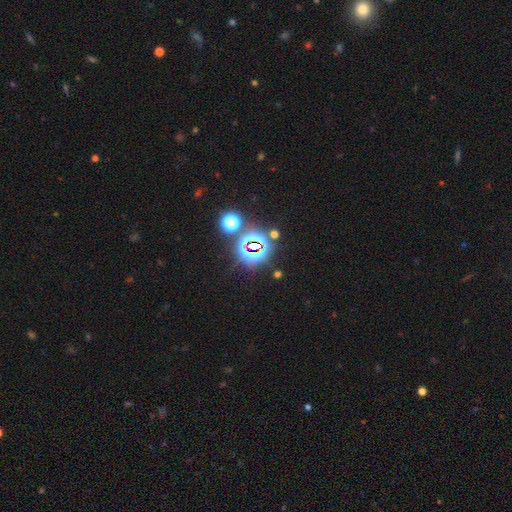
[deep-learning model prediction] Smooth or featured: star or artifact — 75% (smooth — 16%)